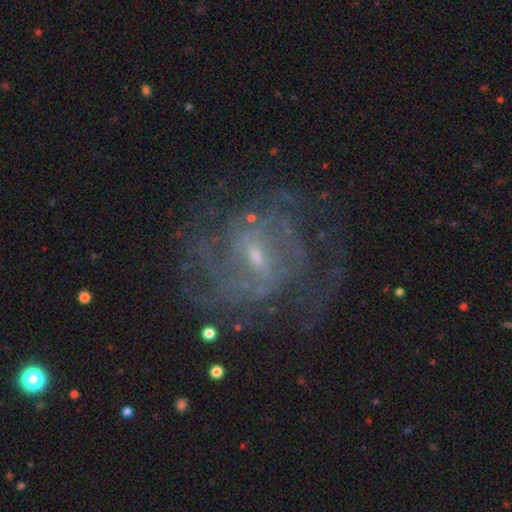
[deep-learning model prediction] smooth_or_featured: featured or disk (p=0.84) [alt: star or artifact p=0.10]
disk_edge_on: no (p=0.97) [alt: yes p=0.03]
bar: weak (p=0.55) [alt: strong p=0.25]
has_spiral_arms: yes (p=0.92) [alt: no p=0.08]
spiral_winding: tight (p=0.48) [alt: medium p=0.40]
spiral_arm_count: can't tell (p=0.37) [alt: 2 p=0.24]
bulge_size: small (p=0.72) [alt: moderate p=0.21]
merging: none (p=0.72) [alt: minor disturbance p=0.15]